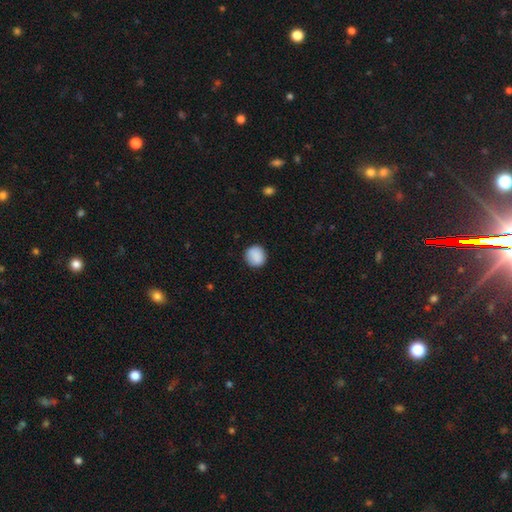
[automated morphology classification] This appears to be a smooth galaxy with no disk features (88%) that is round (91%). Merging: none (88%).